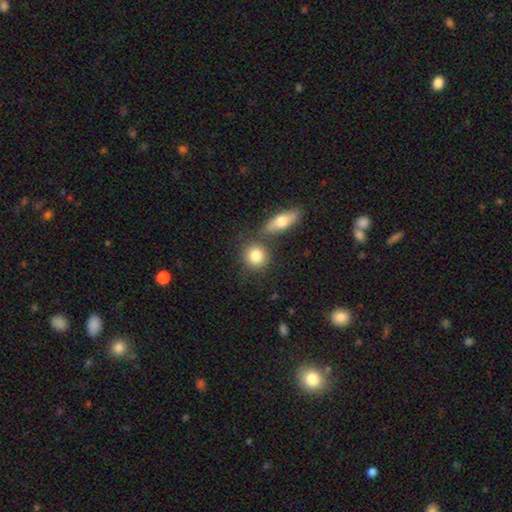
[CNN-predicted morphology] A smooth galaxy with no disk features (82%) that is round (81%).

Vote fractions:
- Smooth or featured? smooth: 82% / featured or disk: 10% / star or artifact: 8%
- How rounded? round: 81% / in between: 16% / cigar-shaped: 2%
- Merging? none: 68% / merger: 20% / minor disturbance: 9% / major disturbance: 3%